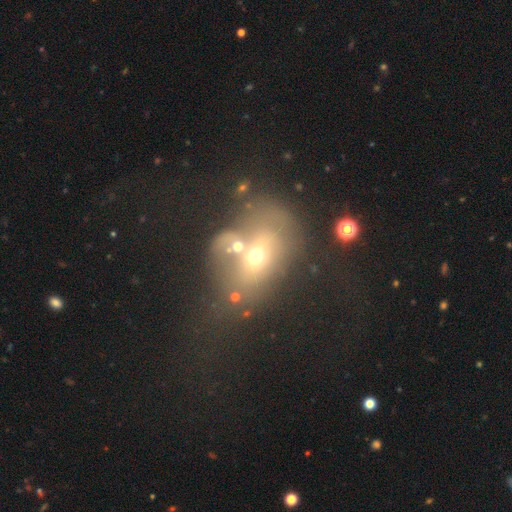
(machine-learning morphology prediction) This appears to be a smooth galaxy with no disk features (49%). Merging: merger (43%).